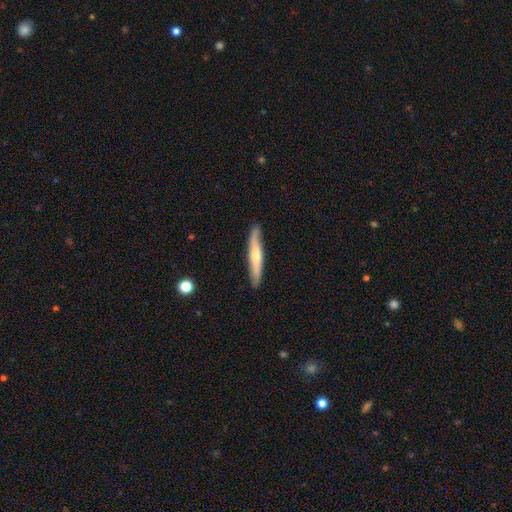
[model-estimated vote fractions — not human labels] Smooth or featured?
  - featured or disk: 50% *
  - smooth: 45%
  - star or artifact: 5%
Merging?
  - none: 86% *
  - minor disturbance: 11%
  - major disturbance: 2%
  - merger: 1%